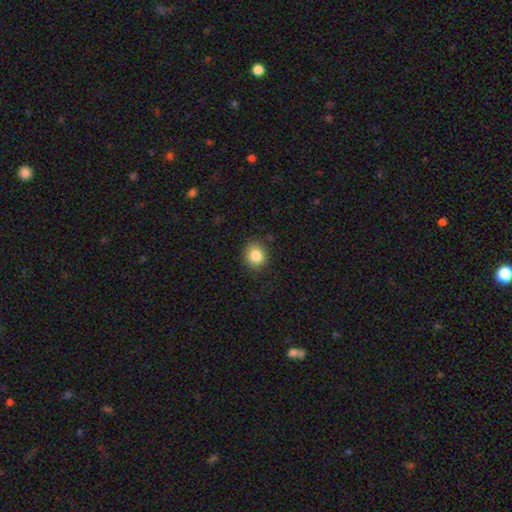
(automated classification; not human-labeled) A smooth galaxy with no disk features (85%) that is round (78%). Merging: none (86%).